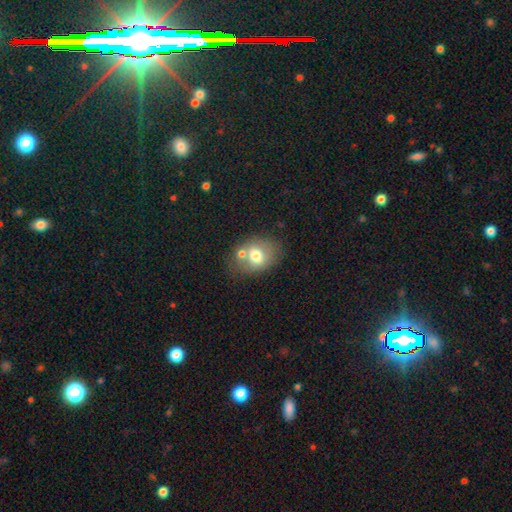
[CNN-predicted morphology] smooth-or-featured: smooth: 68% | featured or disk: 23% | star or artifact: 10%
  how-rounded: in between: 59% | round: 40% | cigar-shaped: 1%
  merging: none: 55% | merger: 24% | minor disturbance: 16% | major disturbance: 6%